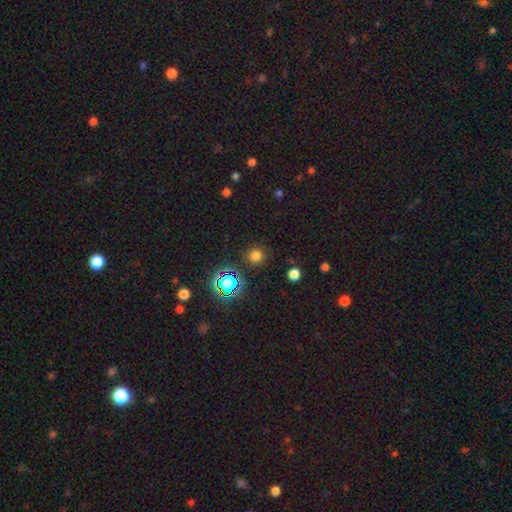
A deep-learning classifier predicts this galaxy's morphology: type=smooth (71%); roundness=round (93%); merging=none (88%).